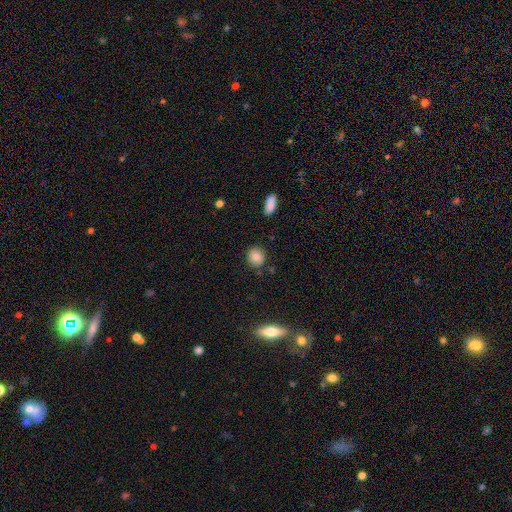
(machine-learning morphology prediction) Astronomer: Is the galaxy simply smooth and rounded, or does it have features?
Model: smooth — 83%.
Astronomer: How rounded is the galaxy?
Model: round — 84%.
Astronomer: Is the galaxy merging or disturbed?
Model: none — 86%.